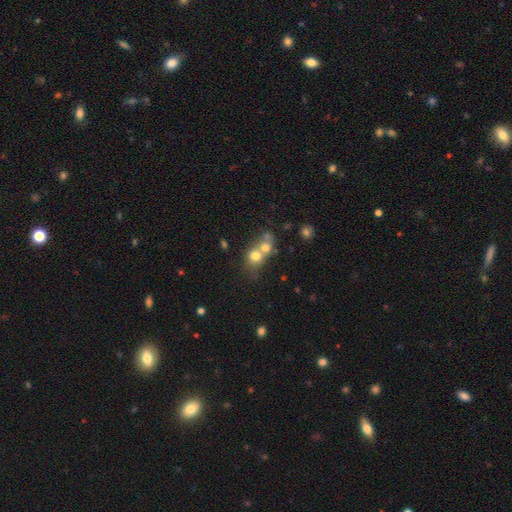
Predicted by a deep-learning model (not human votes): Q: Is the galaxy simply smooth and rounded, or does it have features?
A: smooth — 68%.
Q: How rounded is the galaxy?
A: round — 68%.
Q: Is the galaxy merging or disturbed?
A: merger — 68%.